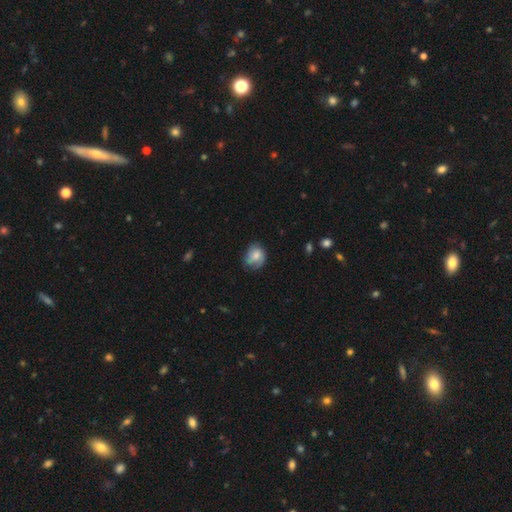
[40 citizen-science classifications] Morphology: type=smooth (62%); roundness=round (72%); merging=minor disturbance (49%).